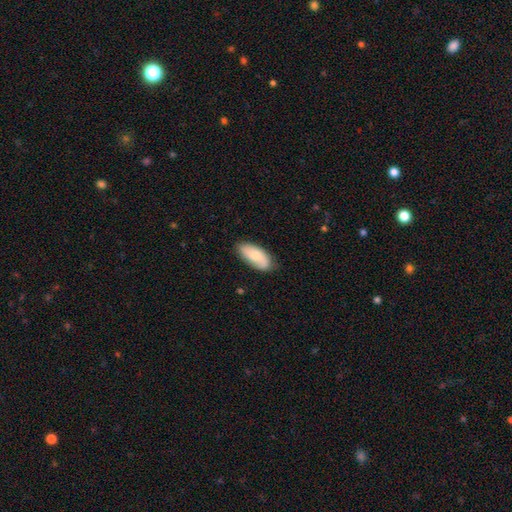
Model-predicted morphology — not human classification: type=smooth (71%); roundness=in between (89%); merging=none (79%).